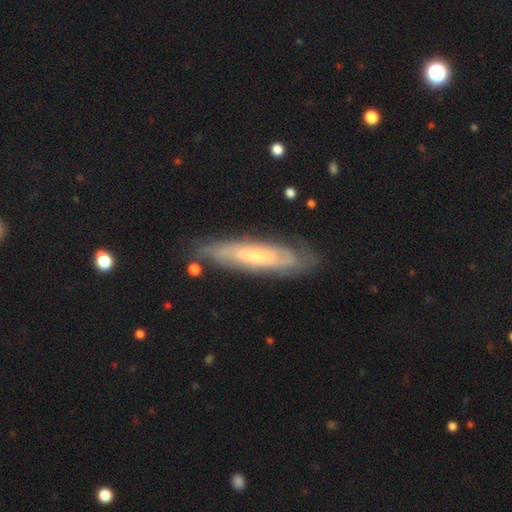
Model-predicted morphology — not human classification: smooth-or-featured: featured or disk: 69% | smooth: 25% | star or artifact: 6%
  disk-edge-on: no: 63% | yes: 37%
  merging: none: 76% | minor disturbance: 17% | major disturbance: 5% | merger: 2%